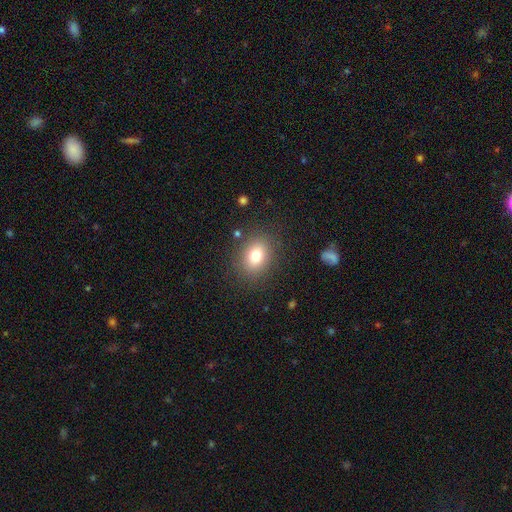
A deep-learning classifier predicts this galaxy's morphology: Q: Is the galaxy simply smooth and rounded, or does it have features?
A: smooth — 78%.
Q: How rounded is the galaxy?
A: in between — 55%.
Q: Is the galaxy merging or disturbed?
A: none — 84%.